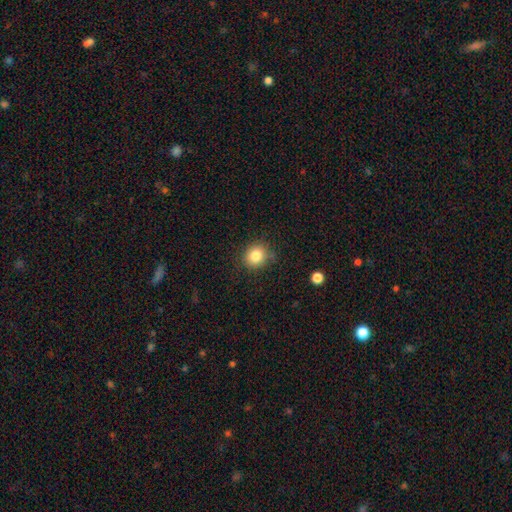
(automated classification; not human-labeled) Smooth or featured: smooth — 83% (star or artifact — 11%)
How rounded: round — 80% (in between — 19%)
Merging: none — 84% (minor disturbance — 11%)